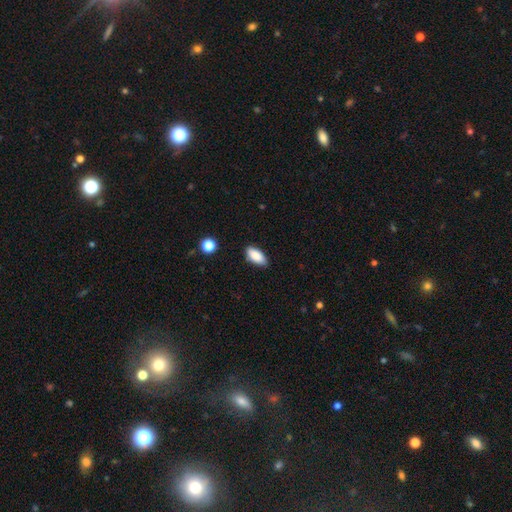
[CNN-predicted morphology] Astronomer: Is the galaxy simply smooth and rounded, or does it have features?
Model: smooth — 87%.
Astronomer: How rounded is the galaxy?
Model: in between — 90%.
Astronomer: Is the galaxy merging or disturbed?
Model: none — 83%.